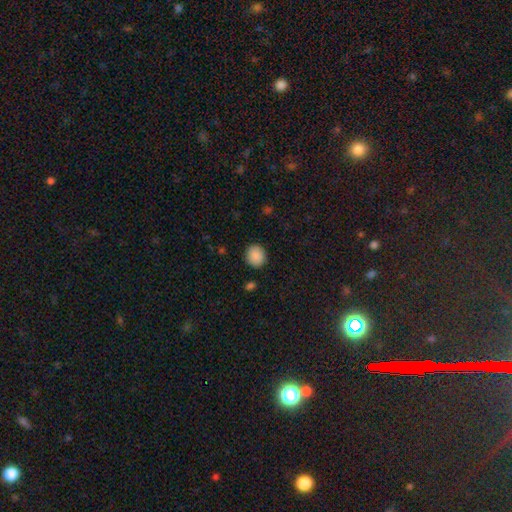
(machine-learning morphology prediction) The model was most divided on "how rounded": round: 80%, in between: 19%, cigar-shaped: 1%. More confident: smooth or featured — smooth (89%); merging — none (88%).